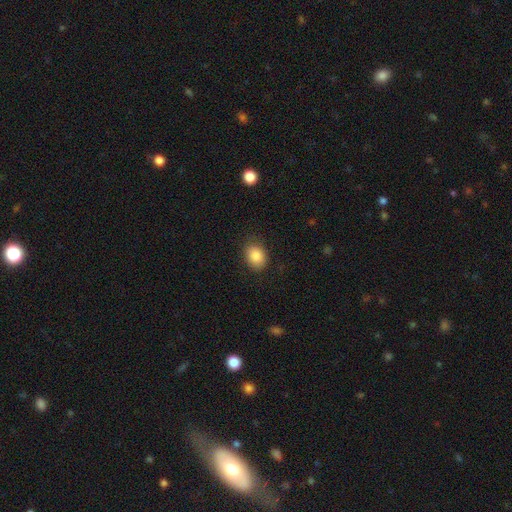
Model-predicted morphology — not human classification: This appears to be a smooth galaxy with no disk features (87%) that is in between round and cigar-shaped (64%). Merging: none (82%).